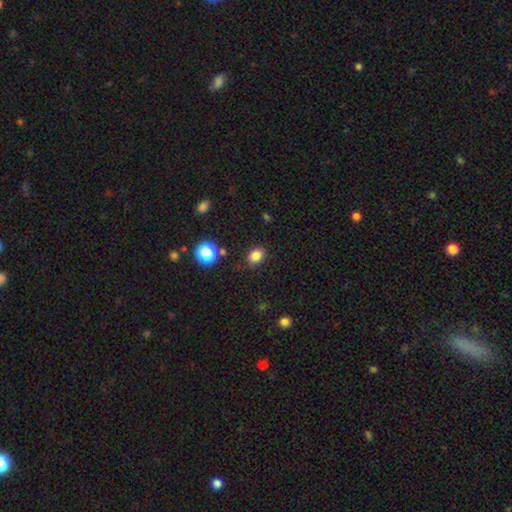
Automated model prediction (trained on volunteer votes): Q: Smooth or featured?
A: smooth (83%); runner-up: star or artifact (12%)
Q: How rounded?
A: in between (64%); runner-up: round (35%)
Q: Merging?
A: none (84%); runner-up: minor disturbance (10%)